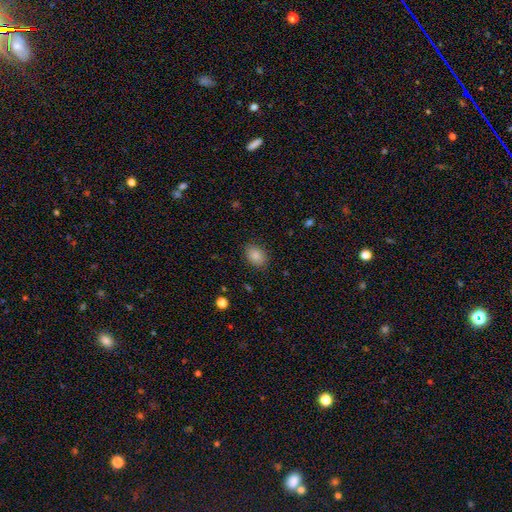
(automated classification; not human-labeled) This is clearly a smooth galaxy (86%). How rounded: likely in between (74%). Merging: clearly none (86%).